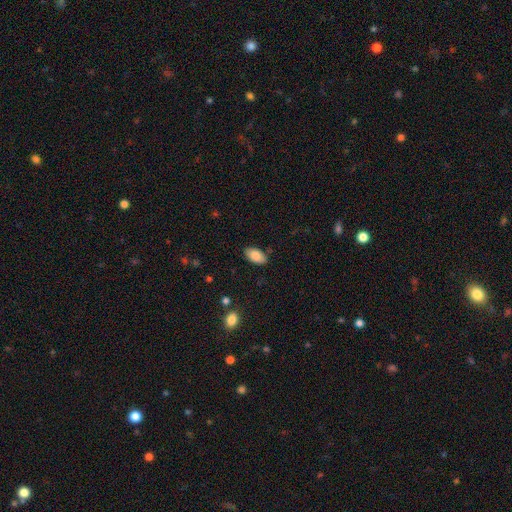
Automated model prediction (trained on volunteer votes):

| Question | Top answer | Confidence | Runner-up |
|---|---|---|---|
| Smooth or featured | smooth | 87% | featured or disk (7%) |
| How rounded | in between | 95% | round (3%) |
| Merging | none | 84% | minor disturbance (11%) |